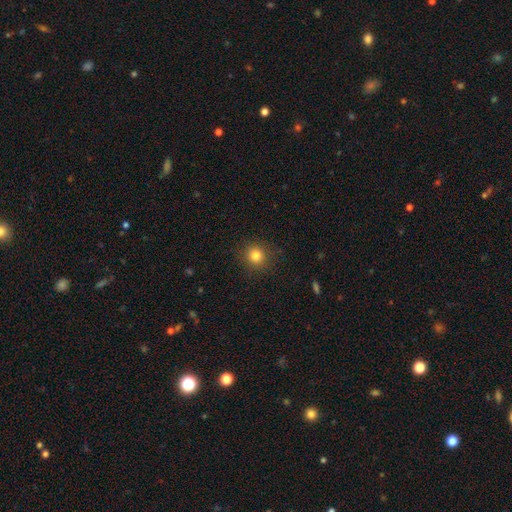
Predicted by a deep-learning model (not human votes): Smooth or featured? smooth (82%)
How rounded? round (90%)
Merging? none (89%)